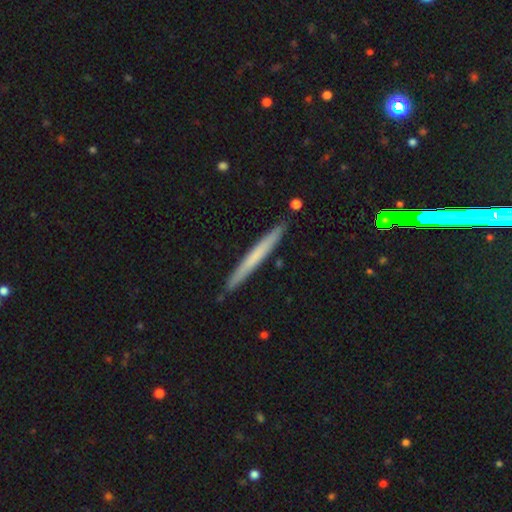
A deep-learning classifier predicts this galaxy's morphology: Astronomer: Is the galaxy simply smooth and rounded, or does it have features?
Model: smooth — 57% (runner-up: featured or disk, 37%).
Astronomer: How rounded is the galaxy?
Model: cigar-shaped — 97%.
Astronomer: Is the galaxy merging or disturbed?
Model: none — 91%.